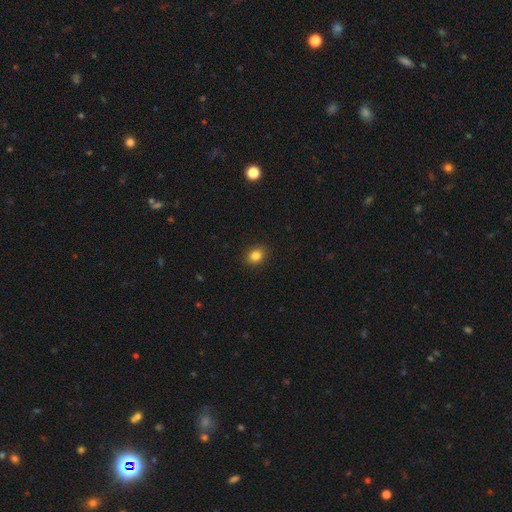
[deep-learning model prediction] Smooth or featured?
  - smooth: 84% *
  - star or artifact: 11%
  - featured or disk: 5%
How rounded?
  - round: 60% *
  - in between: 39%
  - cigar-shaped: 1%
Merging?
  - none: 90% *
  - minor disturbance: 7%
  - major disturbance: 2%
  - merger: 1%